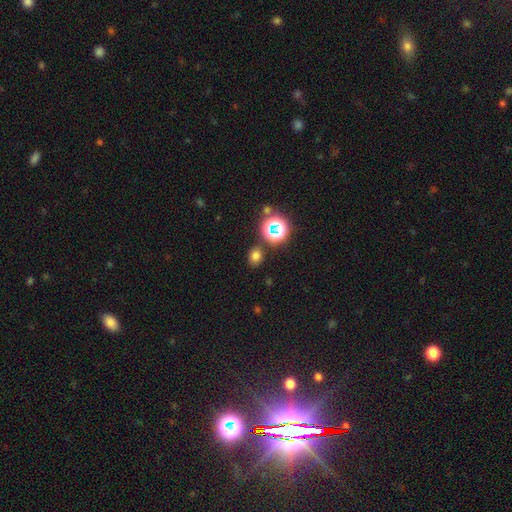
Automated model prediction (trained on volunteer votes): smooth_or_featured: smooth (p=0.70) [alt: star or artifact p=0.25]
how_rounded: round (p=0.69) [alt: in between p=0.30]
merging: none (p=0.83) [alt: minor disturbance p=0.09]